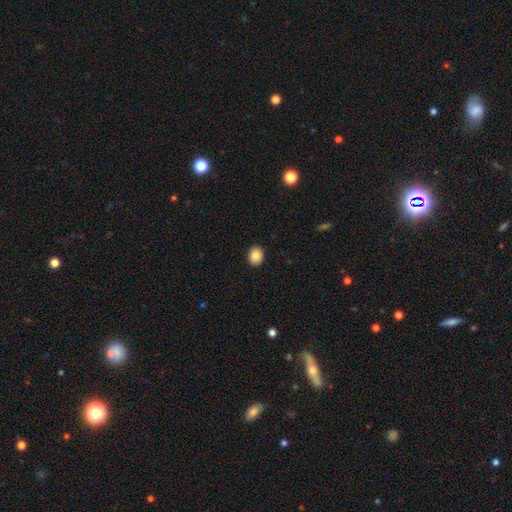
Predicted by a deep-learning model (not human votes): Smooth or featured: smooth — 87% (star or artifact — 8%)
How rounded: in between — 52% (round — 47%)
Merging: none — 91% (minor disturbance — 6%)